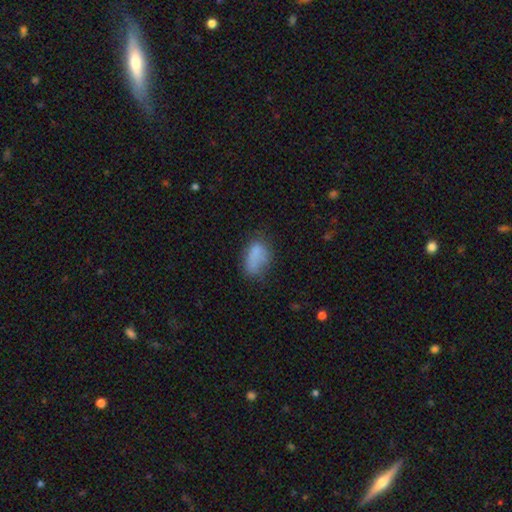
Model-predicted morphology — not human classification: A smooth galaxy with no disk features (73%) that is in between round and cigar-shaped (88%). Merging: none (43%).